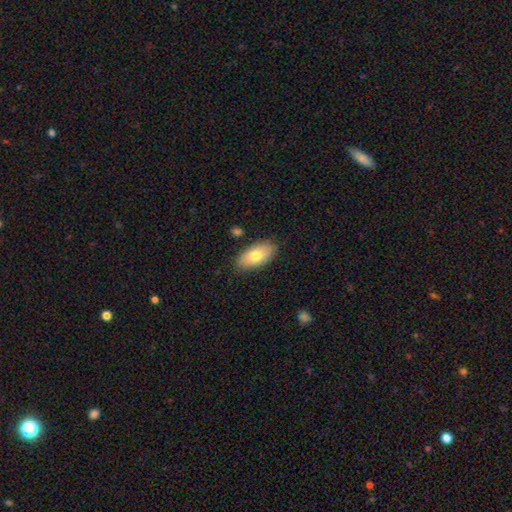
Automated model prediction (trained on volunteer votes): smooth 74%, featured or disk 19%, star or artifact 6%. Down the decision tree: how rounded — in between (93%); merging — none (83%).